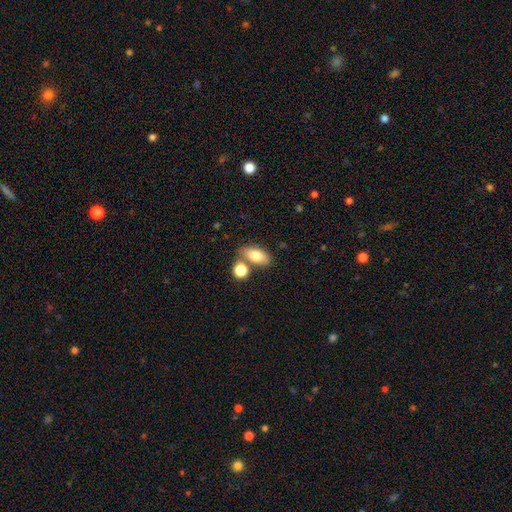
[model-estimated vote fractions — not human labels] smooth-or-featured: smooth: 77% | featured or disk: 14% | star or artifact: 8%
  how-rounded: in between: 86% | round: 8% | cigar-shaped: 6%
  merging: none: 62% | merger: 21% | minor disturbance: 13% | major disturbance: 4%